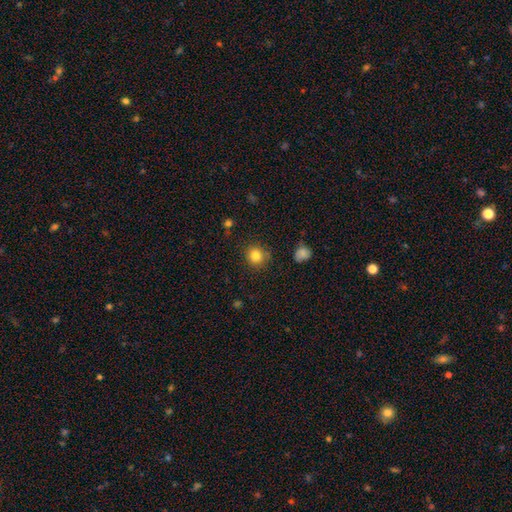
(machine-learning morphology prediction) Q: Smooth or featured?
A: smooth (83%); runner-up: star or artifact (12%)
Q: How rounded?
A: round (89%); runner-up: in between (10%)
Q: Merging?
A: none (84%); runner-up: minor disturbance (11%)